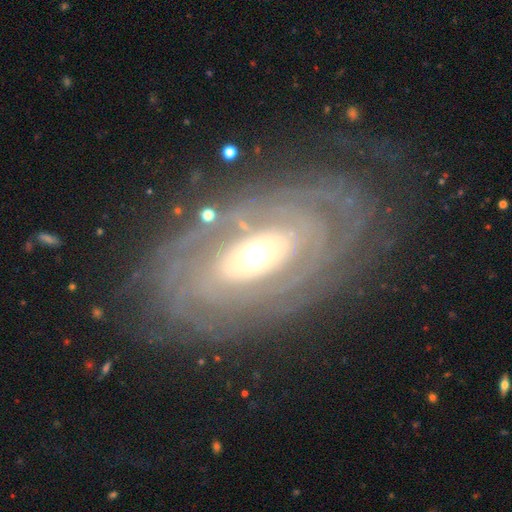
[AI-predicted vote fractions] Smooth or featured?
  - featured or disk: 84% *
  - smooth: 11%
  - star or artifact: 6%
Edge-on disk?
  - no: 93% *
  - yes: 7%
Bar?
  - no: 72% *
  - weak: 17%
  - strong: 11%
Spiral arms?
  - yes: 81% *
  - no: 19%
Spiral winding?
  - tight: 79% *
  - medium: 15%
  - loose: 6%
Spiral arm count?
  - can't tell: 47% *
  - 2: 15%
  - more than 4: 13%
  - 3: 10%
  - 4: 9%
  - 1: 6%
Bulge size?
  - moderate: 63% *
  - small: 20%
  - large: 14%
  - dominant: 2%
  - none: 1%
Merging?
  - none: 77% *
  - minor disturbance: 14%
  - major disturbance: 8%
  - merger: 2%